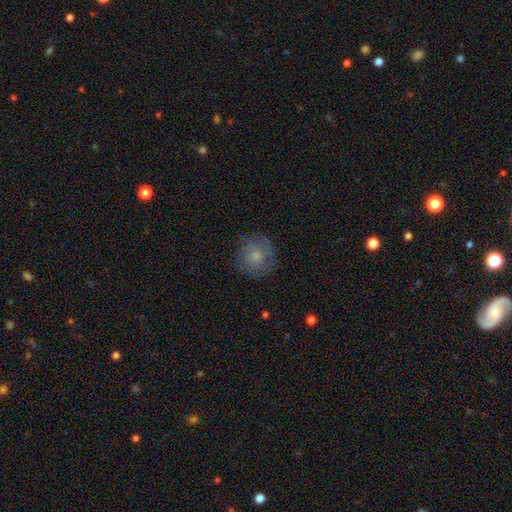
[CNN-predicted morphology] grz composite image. It shows a smooth galaxy with no disk features (72%) that is round (92%). Merging: none (77%).